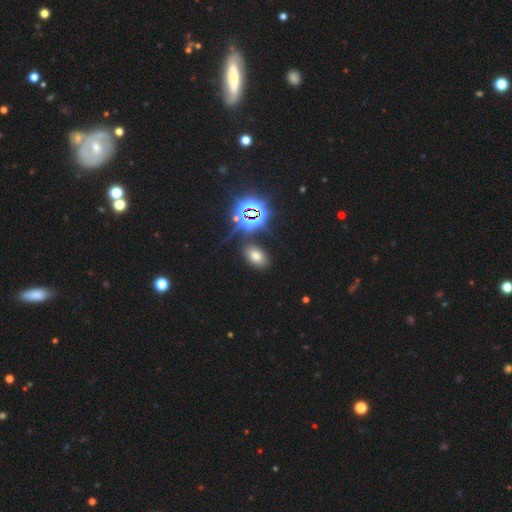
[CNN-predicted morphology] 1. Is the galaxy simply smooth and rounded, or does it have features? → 58% smooth, 32% star or artifact, 10% featured or disk.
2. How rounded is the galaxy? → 87% in between, 11% round, 2% cigar-shaped.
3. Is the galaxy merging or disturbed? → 82% none, 10% minor disturbance, 4% major disturbance, 3% merger.